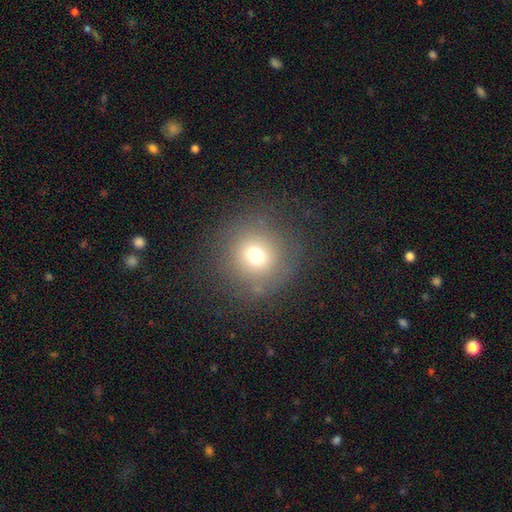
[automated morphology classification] Smooth or featured?
  - smooth: 70% *
  - star or artifact: 18%
  - featured or disk: 12%
How rounded?
  - round: 93% *
  - in between: 6%
  - cigar-shaped: 1%
Merging?
  - none: 83% *
  - minor disturbance: 9%
  - major disturbance: 6%
  - merger: 1%